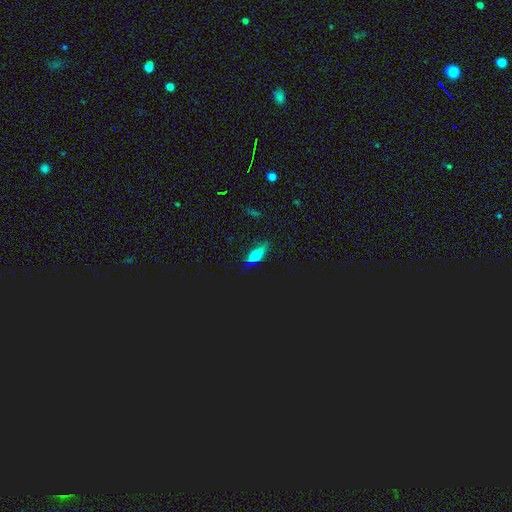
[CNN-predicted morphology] A smooth galaxy with no disk features (60%) that is in between round and cigar-shaped (68%). Merging: none (72%).